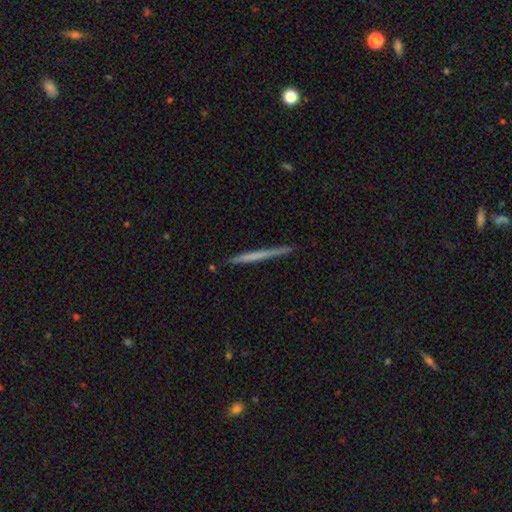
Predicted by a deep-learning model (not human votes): Smooth or featured: smooth — 50% (featured or disk — 44%)
How rounded: cigar-shaped — 97% (in between — 2%)
Merging: none — 90% (minor disturbance — 8%)